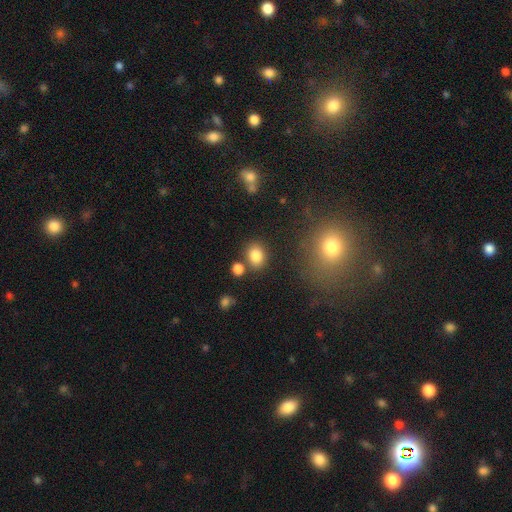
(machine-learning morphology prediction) Smooth or featured? smooth (84%)
How rounded? in between (50%)
Merging? none (74%)